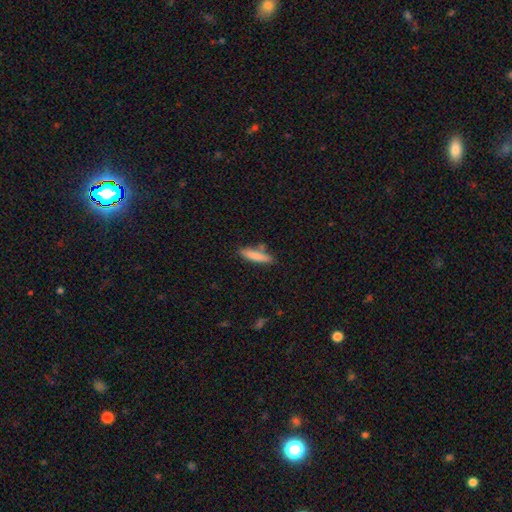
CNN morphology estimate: The model was most divided on "how rounded": cigar-shaped: 79%, in between: 20%, round: 2%. More confident: smooth or featured — smooth (80%); merging — none (76%).